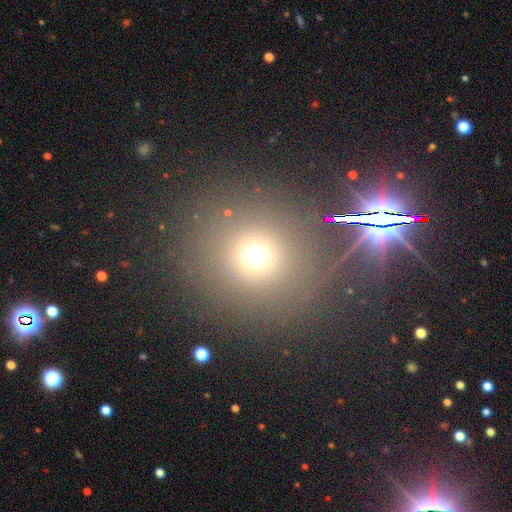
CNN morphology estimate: type=smooth (59%); roundness=round (91%); merging=none (85%).